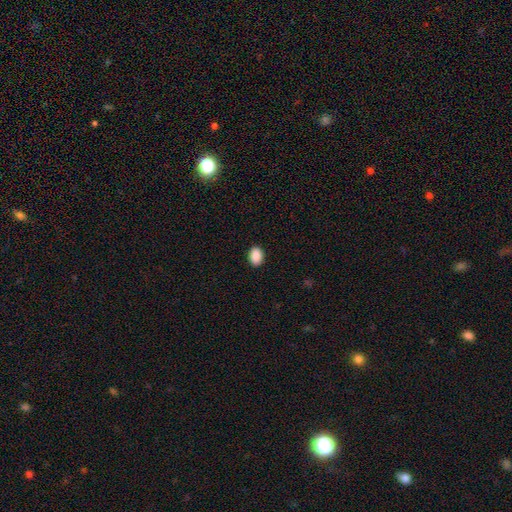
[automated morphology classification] Smooth or featured? Predicted: smooth (p=0.90). How rounded? Predicted: in between (p=0.83). Merging? Predicted: none (p=0.90).